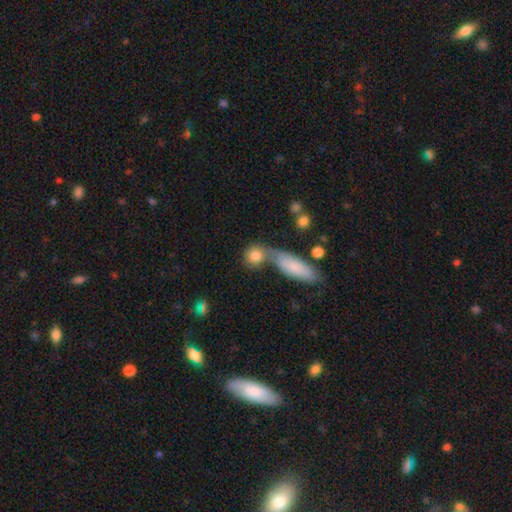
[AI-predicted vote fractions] This appears to be a smooth galaxy with no disk features (81%) that is round (72%). Merging: none (49%).